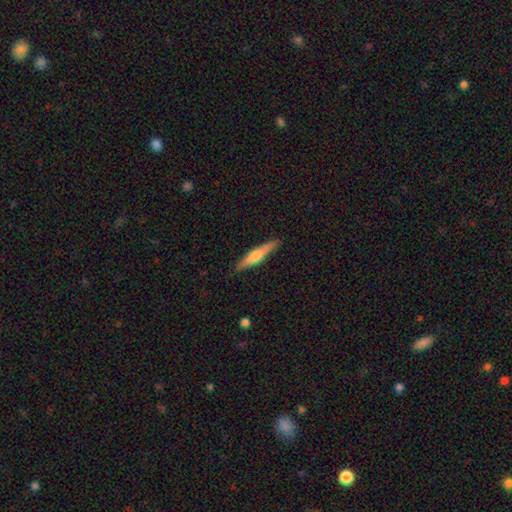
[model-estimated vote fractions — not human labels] Morphology: type=smooth (50%); merging=none (88%).